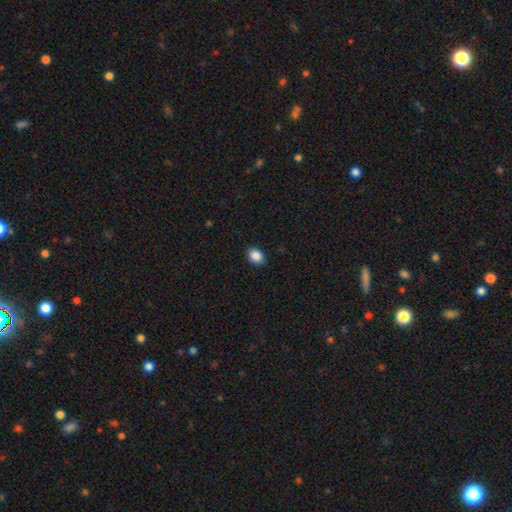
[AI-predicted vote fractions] smooth_or_featured: smooth (p=0.88) [alt: star or artifact p=0.09]
how_rounded: in between (p=0.58) [alt: round p=0.41]
merging: none (p=0.89) [alt: minor disturbance p=0.08]